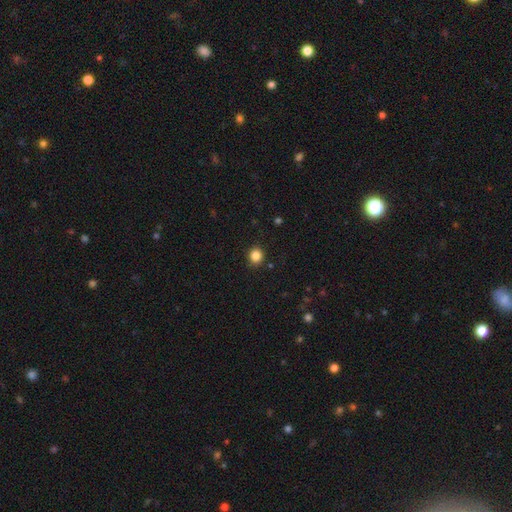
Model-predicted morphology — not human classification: This is clearly a smooth galaxy (85%). How rounded: clearly round (84%). Merging: clearly none (90%).